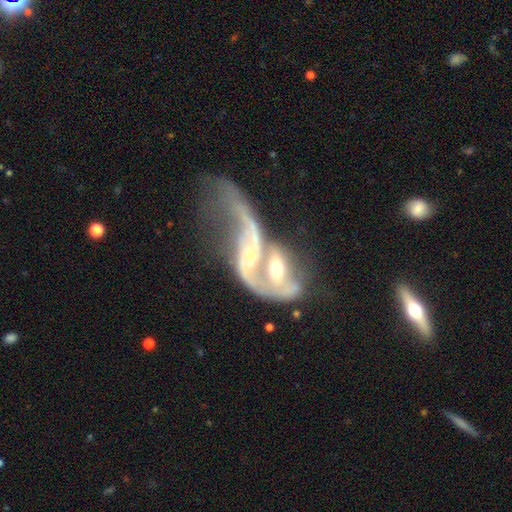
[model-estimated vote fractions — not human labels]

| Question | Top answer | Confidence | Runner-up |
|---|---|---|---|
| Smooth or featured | featured or disk | 82% | smooth (10%) |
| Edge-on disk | no | 92% | yes (8%) |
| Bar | no | 49% | weak (33%) |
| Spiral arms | yes | 80% | no (20%) |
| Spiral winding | loose | 75% | medium (18%) |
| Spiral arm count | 2 | 62% | 1 (19%) |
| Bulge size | moderate | 50% | small (36%) |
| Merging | merger | 68% | major disturbance (19%) |